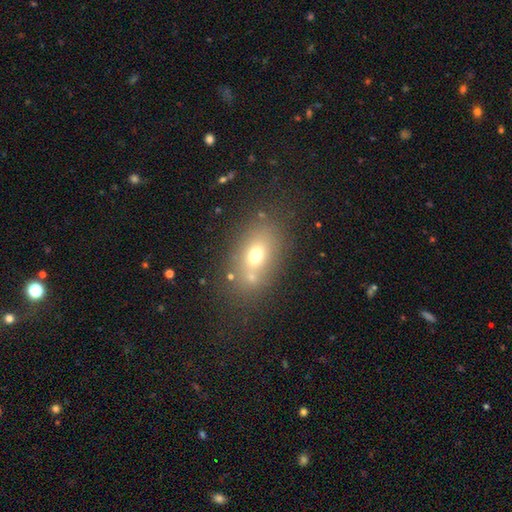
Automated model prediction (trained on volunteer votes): Smooth or featured? smooth (65%)
How rounded? in between (77%)
Merging? none (65%)